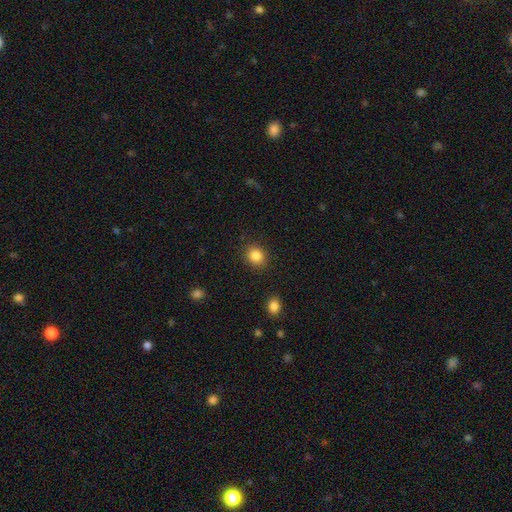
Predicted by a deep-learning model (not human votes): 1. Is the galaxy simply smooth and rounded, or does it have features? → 85% smooth, 10% star or artifact, 5% featured or disk.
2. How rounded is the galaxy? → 69% round, 30% in between, 1% cigar-shaped.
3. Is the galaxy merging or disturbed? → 88% none, 8% minor disturbance, 3% major disturbance, 1% merger.